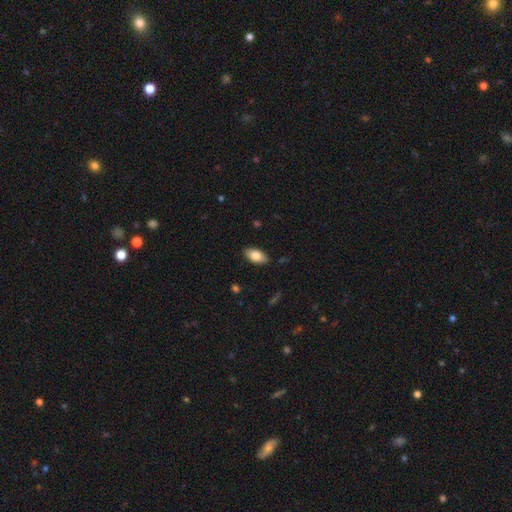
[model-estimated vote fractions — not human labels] Smooth or featured?
  - smooth: 80% *
  - featured or disk: 13%
  - star or artifact: 7%
How rounded?
  - in between: 93% *
  - cigar-shaped: 4%
  - round: 3%
Merging?
  - none: 87% *
  - minor disturbance: 10%
  - major disturbance: 2%
  - merger: 1%